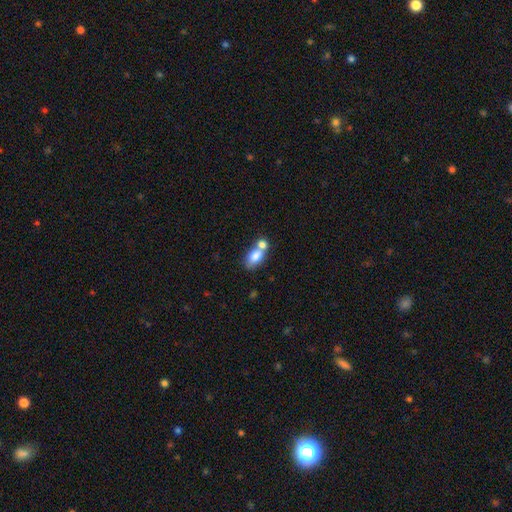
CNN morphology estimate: smooth-or-featured: smooth: 77% | featured or disk: 15% | star or artifact: 8%
  how-rounded: in between: 85% | round: 12% | cigar-shaped: 4%
  merging: merger: 50% | none: 35% | minor disturbance: 11% | major disturbance: 5%